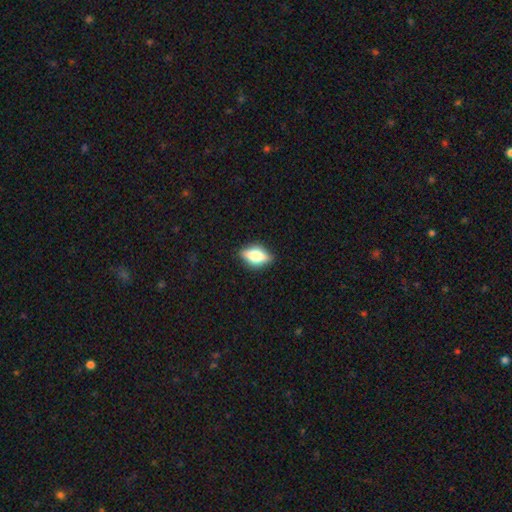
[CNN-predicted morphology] Overall: smooth (56%; featured or disk 36%). How rounded: in between (80%). Merging: none (85%).